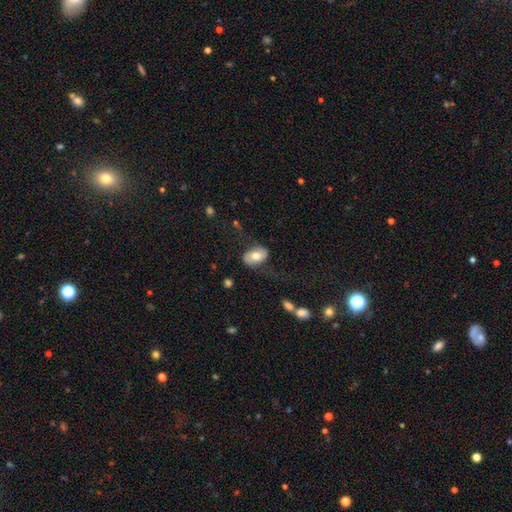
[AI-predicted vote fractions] Smooth or featured? smooth (53%)
How rounded? in between (88%)
Merging? none (65%)